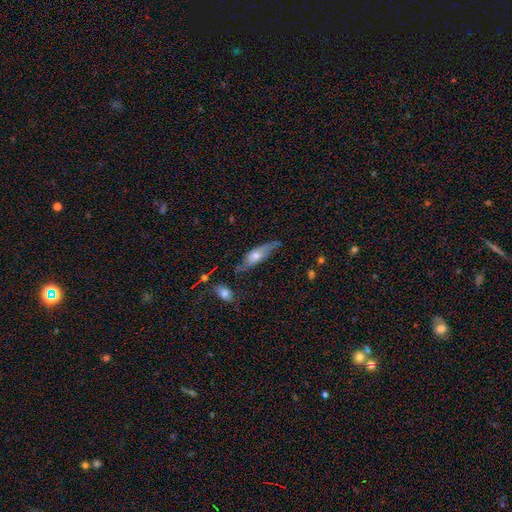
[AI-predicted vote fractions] A featured or disk galaxy (48%). Merging: none (58%).